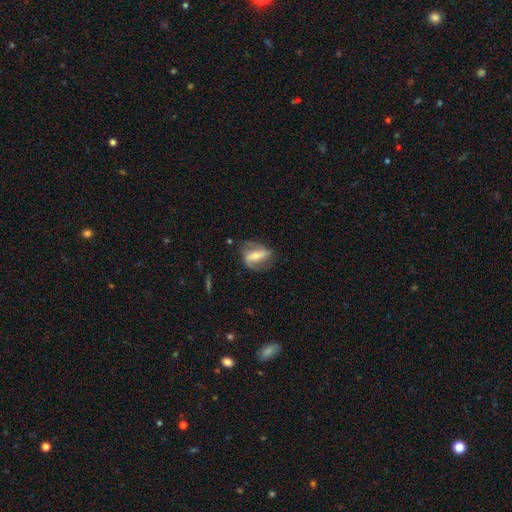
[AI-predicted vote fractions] This is likely a featured or disk galaxy (67%). It is clearly not viewed edge-on (91%). Bar: likely strong (60%). Spiral arm pattern: likely yes (79%). Central bulge: possibly small (46%). Merging: likely none (66%).